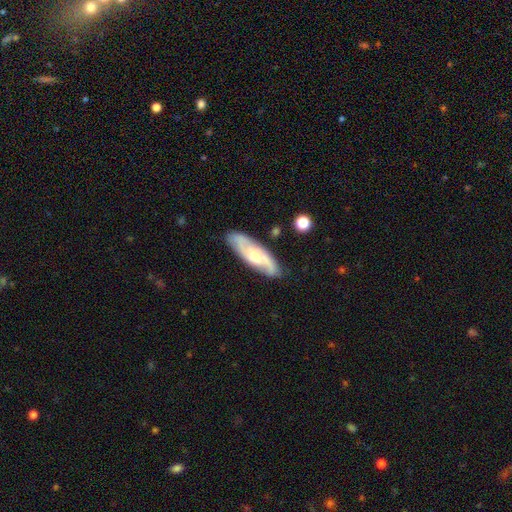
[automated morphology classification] smooth-or-featured: featured or disk: 65% | smooth: 29% | star or artifact: 5%
  disk-edge-on: no: 82% | yes: 18%
    bar: no: 58% | weak: 35% | strong: 7%
    has-spiral-arms: yes: 89% | no: 11%
    bulge-size: moderate: 55% | small: 35% | large: 7% | none: 3% | dominant: 1%
  merging: none: 82% | minor disturbance: 13% | major disturbance: 3% | merger: 2%